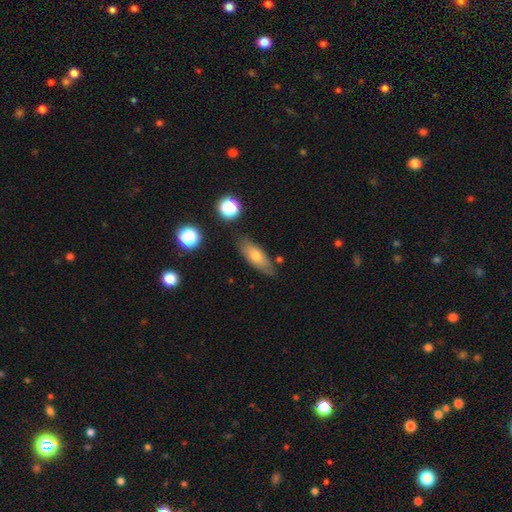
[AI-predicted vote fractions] Q: Smooth or featured?
A: smooth (67%); runner-up: featured or disk (25%)
Q: How rounded?
A: in between (65%); runner-up: cigar-shaped (31%)
Q: Merging?
A: none (80%); runner-up: minor disturbance (14%)